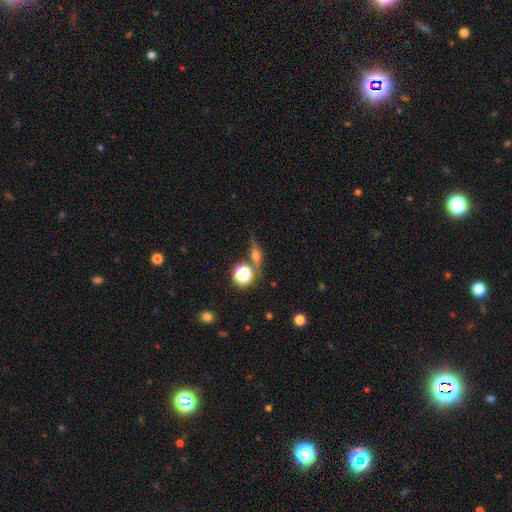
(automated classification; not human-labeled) smooth_or_featured: featured or disk (p=0.46) [alt: smooth p=0.33]
merging: none (p=0.77) [alt: minor disturbance p=0.11]